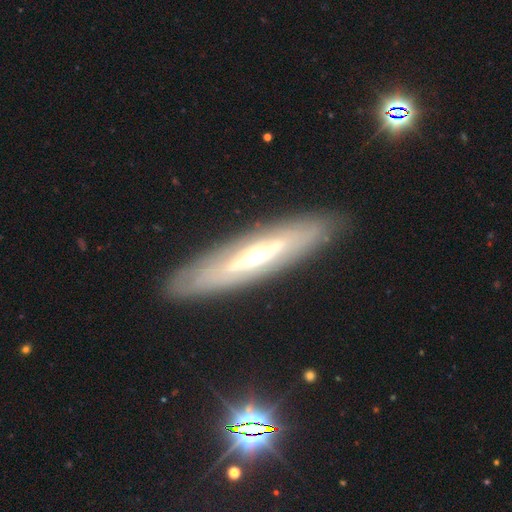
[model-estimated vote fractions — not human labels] Overall: featured or disk (73%). Edge-on disk: yes (51%; no 49%). Merging: none (86%).